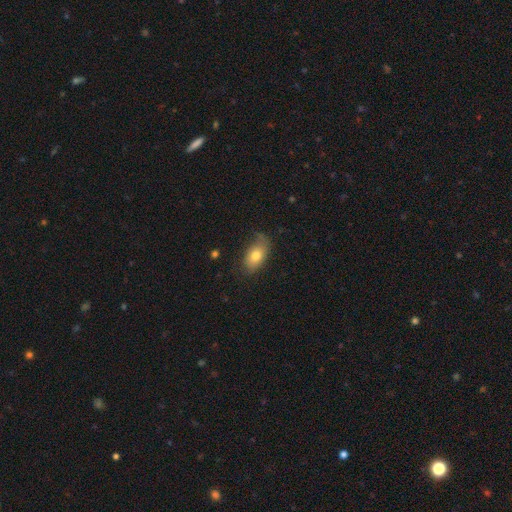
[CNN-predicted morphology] The model was most divided on "merging": none: 65%, minor disturbance: 26%, major disturbance: 7%, merger: 2%. More confident: how rounded — in between (89%); smooth or featured — smooth (75%).